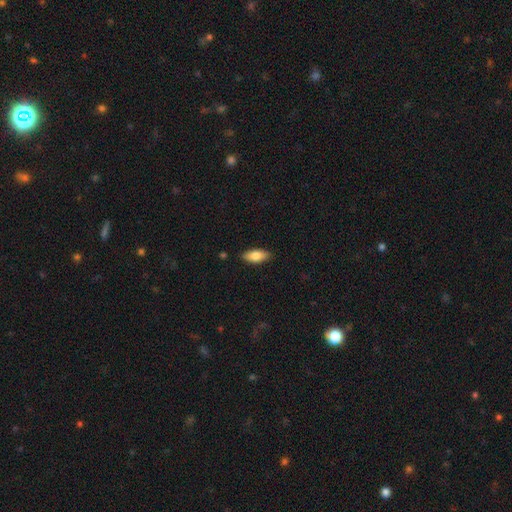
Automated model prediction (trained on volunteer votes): A smooth galaxy with no disk features (80%) that is in between round and cigar-shaped (80%). Merging: none (87%).